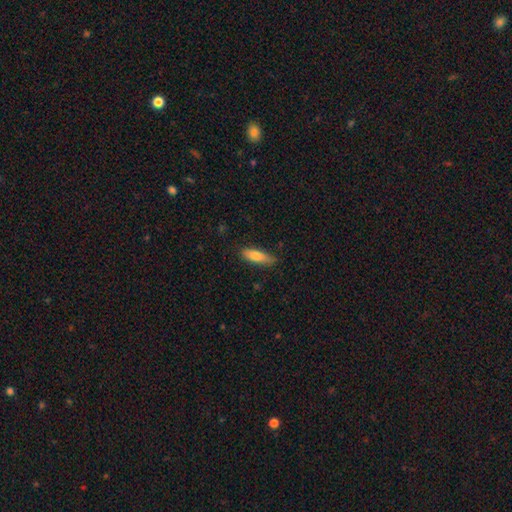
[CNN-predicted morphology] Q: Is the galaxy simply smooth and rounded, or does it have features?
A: smooth — 79%.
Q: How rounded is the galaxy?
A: cigar-shaped — 51%.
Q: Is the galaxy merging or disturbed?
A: none — 77%.